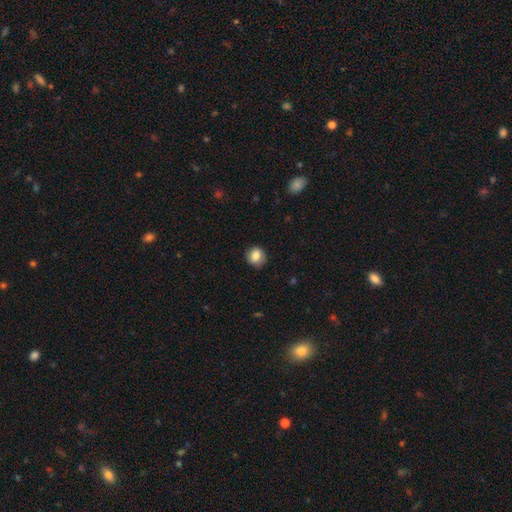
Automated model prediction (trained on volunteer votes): A smooth galaxy with no disk features (83%) that is round (82%). Merging: none (84%).